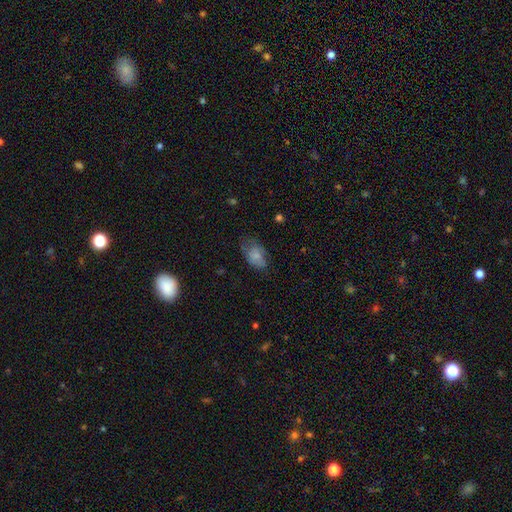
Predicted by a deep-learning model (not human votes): This appears to be a smooth galaxy with no disk features (75%) that is in between round and cigar-shaped (86%). Merging: none (47%).